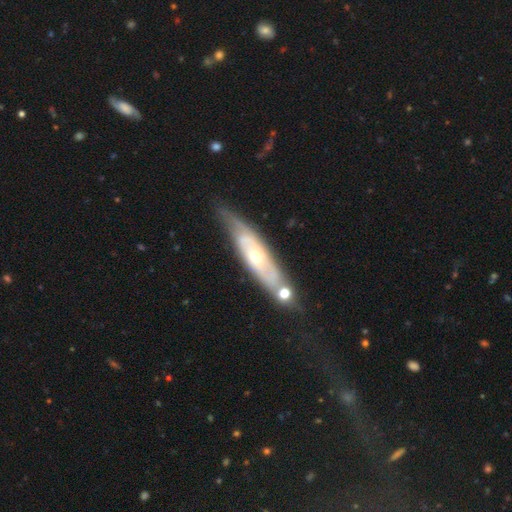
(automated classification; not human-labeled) Smooth or featured? featured or disk (70%)
Edge-on disk? no (64%)
Merging? none (60%)